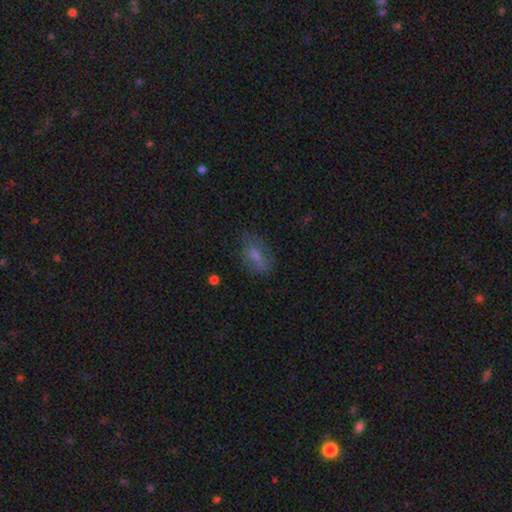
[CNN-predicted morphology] Smooth or featured?
  - smooth: 63% *
  - featured or disk: 25%
  - star or artifact: 11%
How rounded?
  - in between: 81% *
  - cigar-shaped: 11%
  - round: 8%
Merging?
  - none: 62% *
  - minor disturbance: 23%
  - major disturbance: 13%
  - merger: 2%